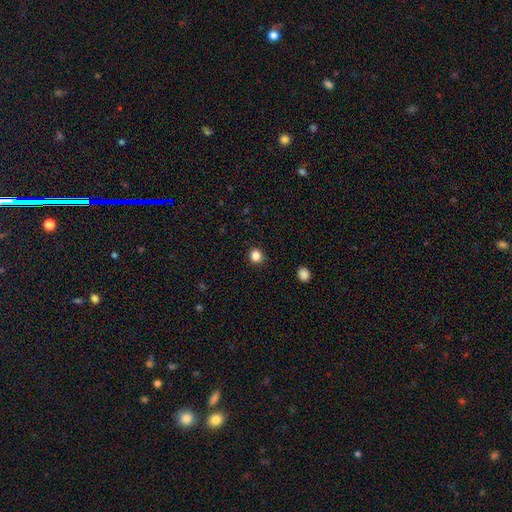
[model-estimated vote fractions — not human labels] Q: Smooth or featured?
A: smooth (85%); runner-up: star or artifact (12%)
Q: How rounded?
A: round (86%); runner-up: in between (13%)
Q: Merging?
A: none (90%); runner-up: minor disturbance (7%)